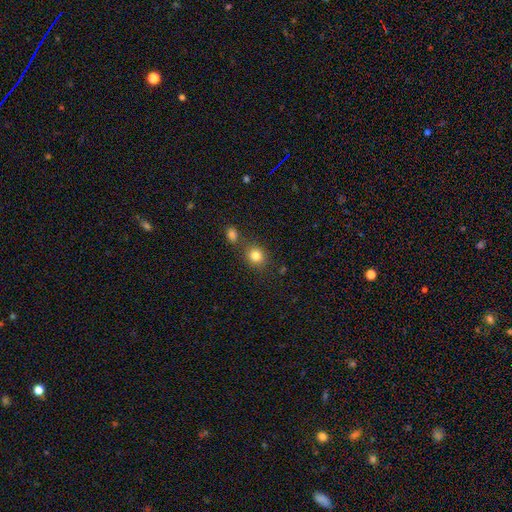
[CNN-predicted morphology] A smooth galaxy with no disk features (82%) that is round (72%). Merging: none (74%).